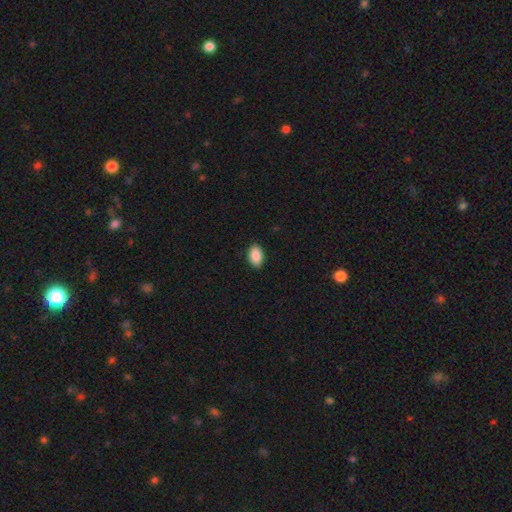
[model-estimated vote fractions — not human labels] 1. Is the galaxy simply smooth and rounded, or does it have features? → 89% smooth, 7% star or artifact, 4% featured or disk.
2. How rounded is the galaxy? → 91% in between, 8% round, 1% cigar-shaped.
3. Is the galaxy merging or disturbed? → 90% none, 7% minor disturbance, 2% major disturbance, 1% merger.